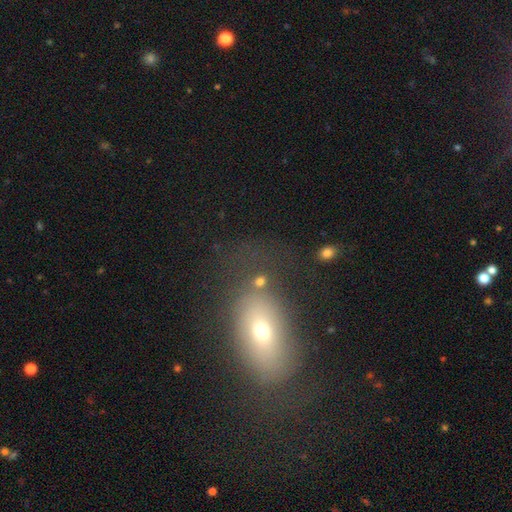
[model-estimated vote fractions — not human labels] Smooth or featured: smooth — 57% (featured or disk — 24%)
How rounded: in between — 77% (round — 17%)
Merging: none — 64% (minor disturbance — 16%)